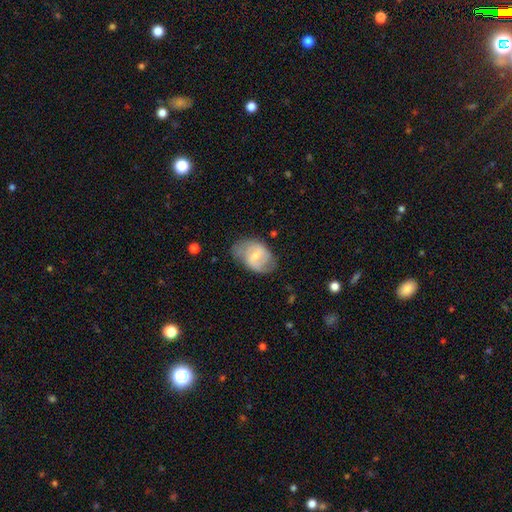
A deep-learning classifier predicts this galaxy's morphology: Smooth or featured?
  - featured or disk: 64% *
  - smooth: 30%
  - star or artifact: 6%
Edge-on disk?
  - no: 97% *
  - yes: 3%
Bar?
  - weak: 57% *
  - strong: 22%
  - no: 21%
Spiral arms?
  - yes: 82% *
  - no: 18%
Spiral winding?
  - medium: 47% *
  - tight: 28%
  - loose: 25%
Spiral arm count?
  - 2: 73% *
  - can't tell: 17%
  - 1: 4%
  - 3: 3%
  - 4: 1%
  - more than 4: 1%
Bulge size?
  - small: 54% *
  - moderate: 40%
  - none: 4%
  - large: 2%
  - dominant: 1%
Merging?
  - none: 59% *
  - minor disturbance: 28%
  - major disturbance: 11%
  - merger: 2%